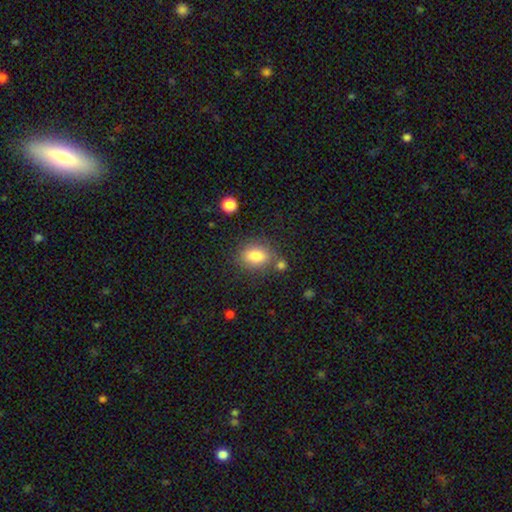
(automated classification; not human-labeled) Smooth or featured?
  - smooth: 82% *
  - star or artifact: 9%
  - featured or disk: 9%
How rounded?
  - in between: 64% *
  - round: 34%
  - cigar-shaped: 2%
Merging?
  - none: 71% *
  - minor disturbance: 14%
  - merger: 11%
  - major disturbance: 4%